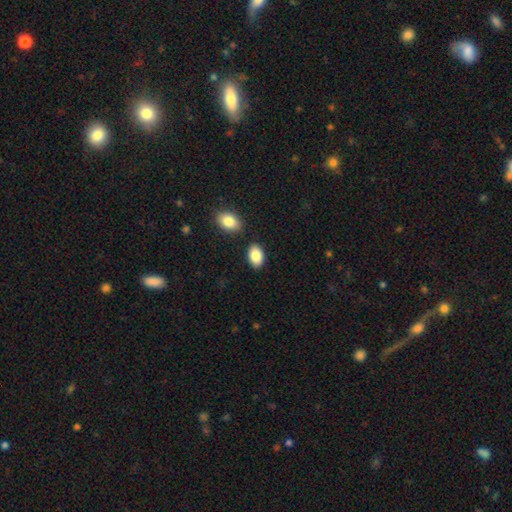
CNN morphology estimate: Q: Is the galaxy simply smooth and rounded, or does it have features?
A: smooth — 88%.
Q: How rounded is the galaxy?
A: in between — 91%.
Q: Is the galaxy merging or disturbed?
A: none — 83%.